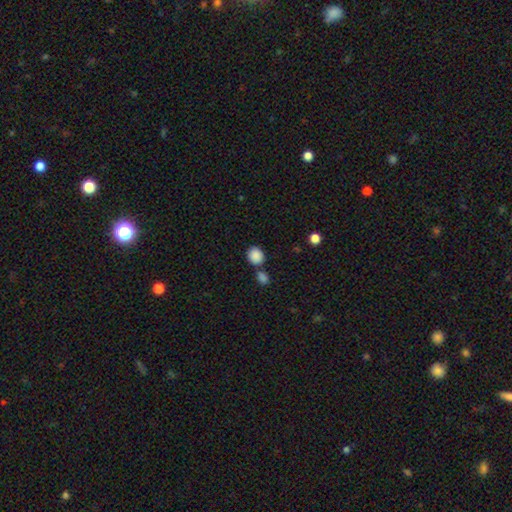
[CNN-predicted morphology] A smooth galaxy with no disk features (88%) that is round (73%).

Vote fractions:
- Smooth or featured? smooth: 88% / star or artifact: 9% / featured or disk: 3%
- How rounded? round: 73% / in between: 26% / cigar-shaped: 1%
- Merging? none: 66% / merger: 20% / minor disturbance: 11% / major disturbance: 3%